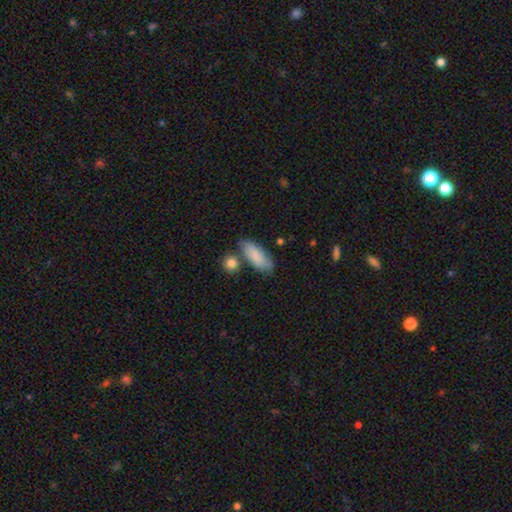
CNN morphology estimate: type=smooth (83%); roundness=in between (80%); merging=none (64%).